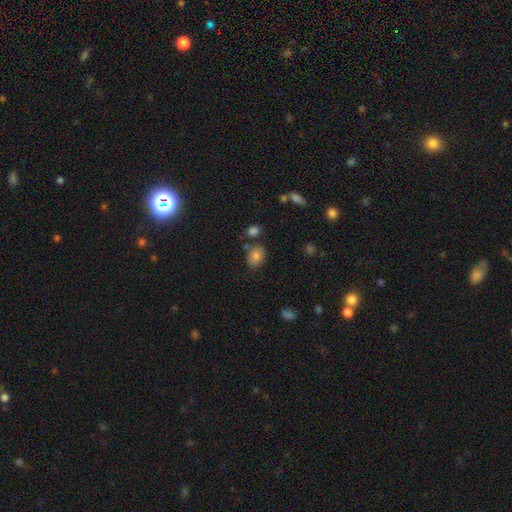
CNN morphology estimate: This appears to be a smooth galaxy with no disk features (82%) that is in between round and cigar-shaped (77%). Merging: none (69%).